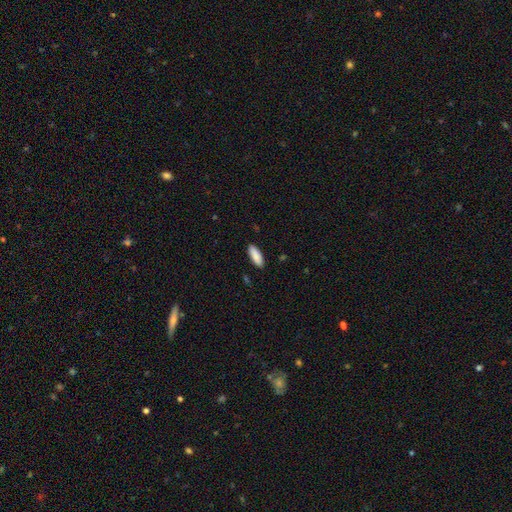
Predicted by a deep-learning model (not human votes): Smooth or featured? smooth (89%)
How rounded? in between (61%)
Merging? none (89%)